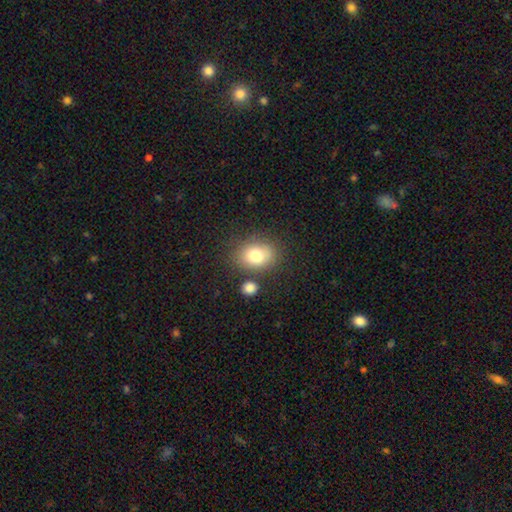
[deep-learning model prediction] smooth 79%, featured or disk 12%, star or artifact 10%. Down the decision tree: how rounded — in between (59%); merging — none (73%).